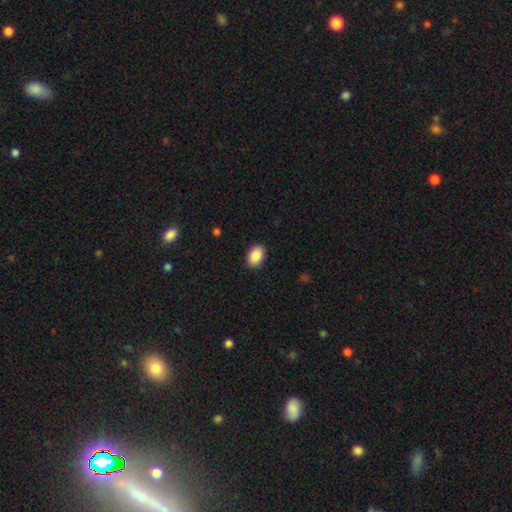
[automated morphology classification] smooth-or-featured: smooth: 89% | star or artifact: 7% | featured or disk: 4%
  how-rounded: in between: 87% | round: 12% | cigar-shaped: 1%
  merging: none: 90% | minor disturbance: 8% | major disturbance: 2% | merger: 1%